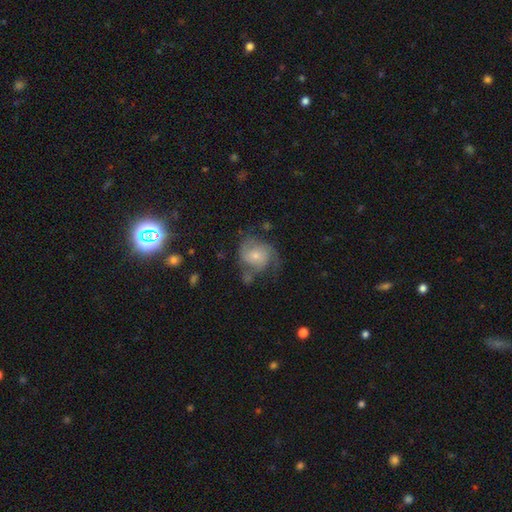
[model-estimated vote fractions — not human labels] Morphology: type=featured or disk (54%); edge-on=no (98%); bar=no (70%); spiral arms=yes (79%); bulge=small (62%); merging=none (40%).